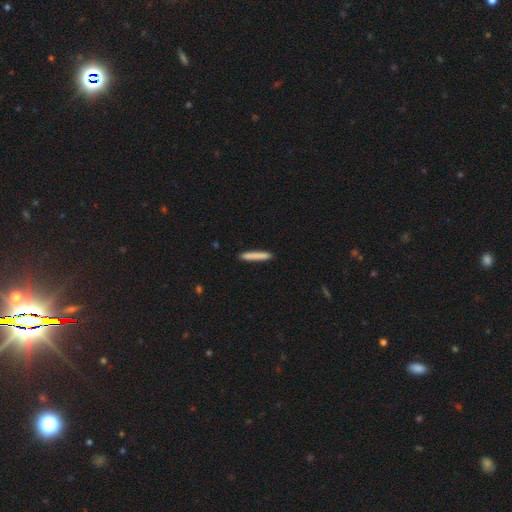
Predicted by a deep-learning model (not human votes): Overall: smooth (83%). How rounded: cigar-shaped (95%). Merging: none (91%).